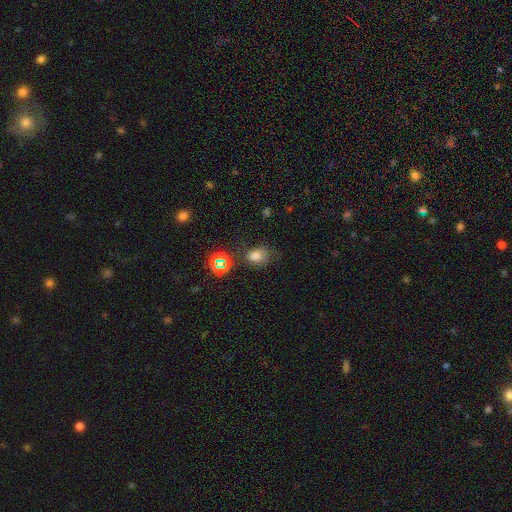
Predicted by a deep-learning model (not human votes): A smooth galaxy with no disk features (71%) that is in between round and cigar-shaped (55%).

Vote fractions:
- Smooth or featured? smooth: 71% / star or artifact: 20% / featured or disk: 9%
- How rounded? in between: 55% / round: 44% / cigar-shaped: 1%
- Merging? none: 55% / minor disturbance: 26% / major disturbance: 14% / merger: 6%